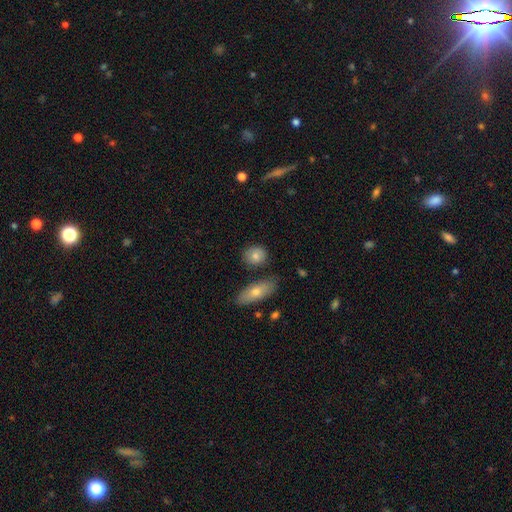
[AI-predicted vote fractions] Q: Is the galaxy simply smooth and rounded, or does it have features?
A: smooth — 78%.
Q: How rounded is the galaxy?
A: round — 62%.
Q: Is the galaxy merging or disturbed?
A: none — 75%.